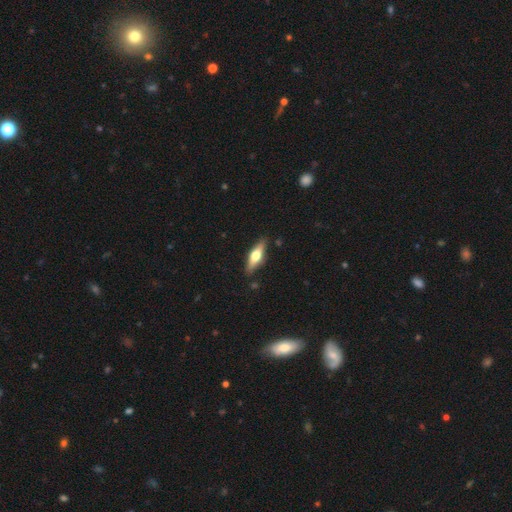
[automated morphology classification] featured or disk 52%, smooth 43%, star or artifact 6%. Down the decision tree: edge-on disk — yes (92%); merging — none (86%).